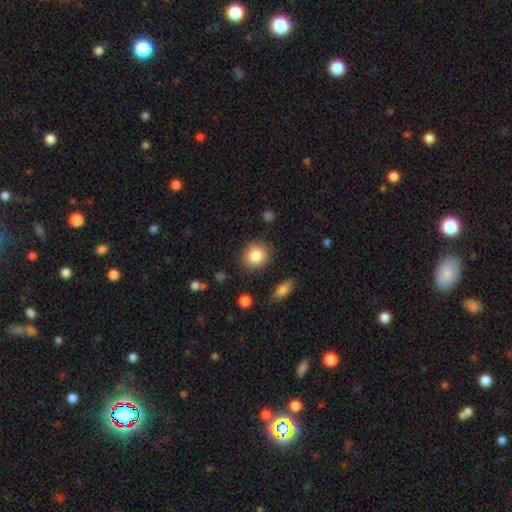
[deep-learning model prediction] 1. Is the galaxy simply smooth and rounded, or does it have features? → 85% smooth, 9% star or artifact, 7% featured or disk.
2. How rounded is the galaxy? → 77% round, 22% in between, 1% cigar-shaped.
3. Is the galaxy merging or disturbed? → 84% none, 11% minor disturbance, 3% major disturbance, 3% merger.